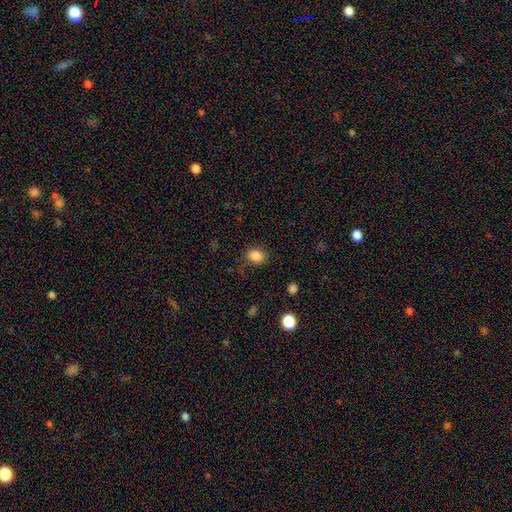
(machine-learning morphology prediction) smooth_or_featured: smooth (p=0.85) [alt: star or artifact p=0.11]
how_rounded: round (p=0.55) [alt: in between p=0.44]
merging: none (p=0.80) [alt: minor disturbance p=0.14]